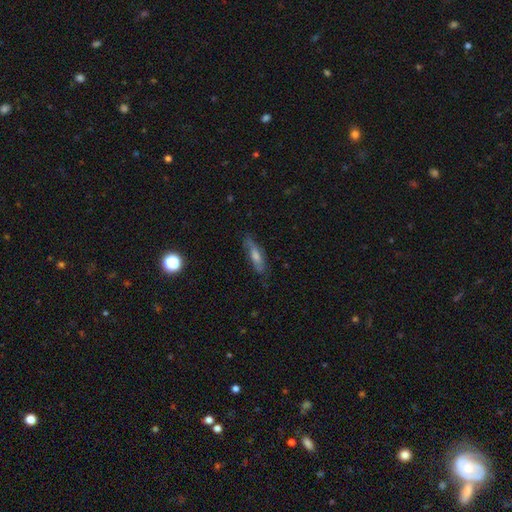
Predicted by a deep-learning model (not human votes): Smooth or featured? featured or disk (46%)
Merging? none (76%)